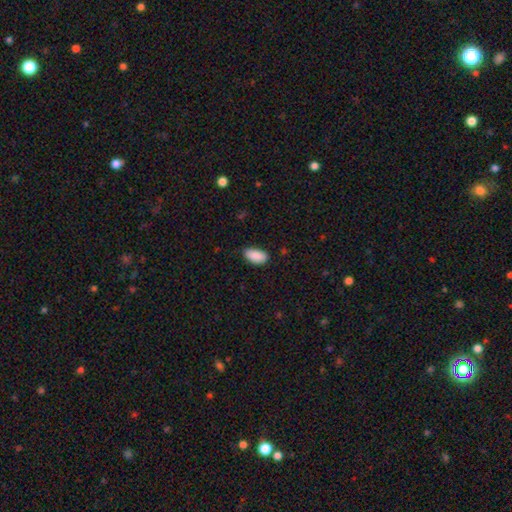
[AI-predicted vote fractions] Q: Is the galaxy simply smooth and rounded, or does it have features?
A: smooth — 90%.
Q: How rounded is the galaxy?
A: in between — 94%.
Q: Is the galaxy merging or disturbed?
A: none — 77%.